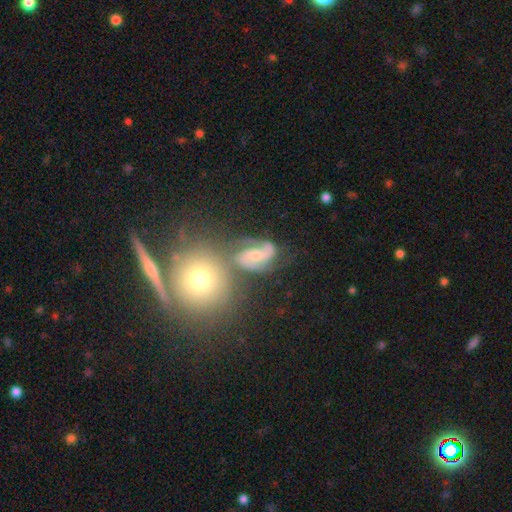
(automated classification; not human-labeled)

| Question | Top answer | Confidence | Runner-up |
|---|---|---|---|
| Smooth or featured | featured or disk | 80% | smooth (12%) |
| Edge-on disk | no | 98% | yes (2%) |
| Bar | no | 44% | weak (43%) |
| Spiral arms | yes | 96% | no (4%) |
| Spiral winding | medium | 55% | loose (24%) |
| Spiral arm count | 2 | 87% | can't tell (4%) |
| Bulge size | small | 50% | moderate (43%) |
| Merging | none | 48% | merger (25%) |